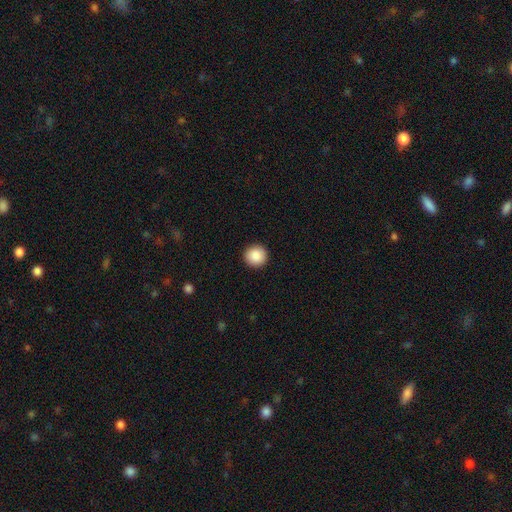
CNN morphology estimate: type=smooth (89%); roundness=round (94%); merging=none (93%).